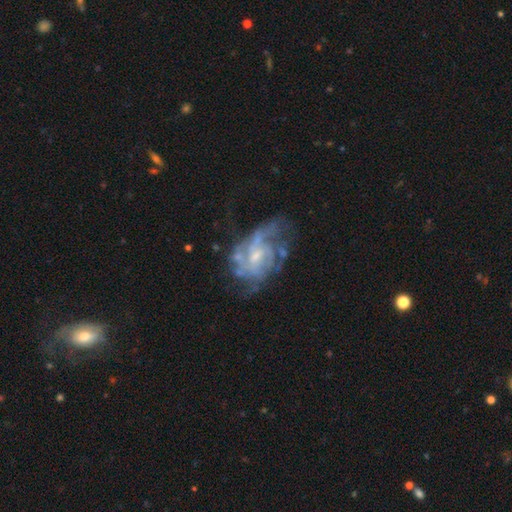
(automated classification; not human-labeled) Morphology: type=featured or disk (79%); edge-on=no (97%); bar=no (60%); spiral arms=yes (76%); winding=medium (40%); arm count=can't tell (46%); bulge=small (56%); merging=none (44%).